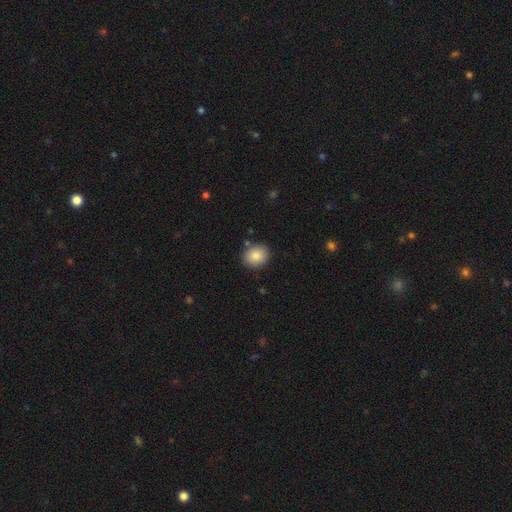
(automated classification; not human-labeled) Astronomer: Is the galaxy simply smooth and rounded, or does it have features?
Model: smooth — 86%.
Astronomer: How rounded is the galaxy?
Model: round — 58% (runner-up: in between, 41%).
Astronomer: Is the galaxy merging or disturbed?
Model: none — 86%.